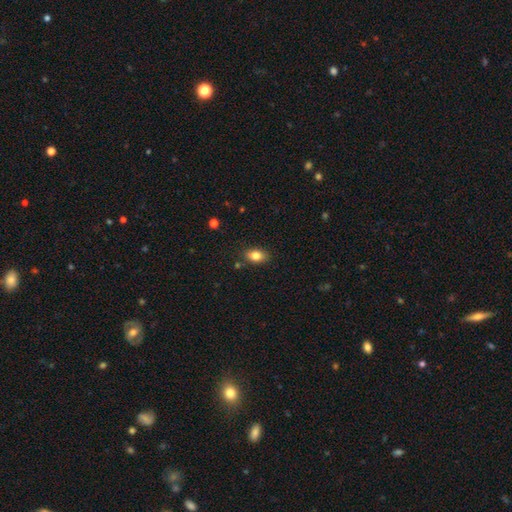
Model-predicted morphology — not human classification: This appears to be a smooth galaxy with no disk features (81%) that is in between round and cigar-shaped (84%). Merging: none (83%).